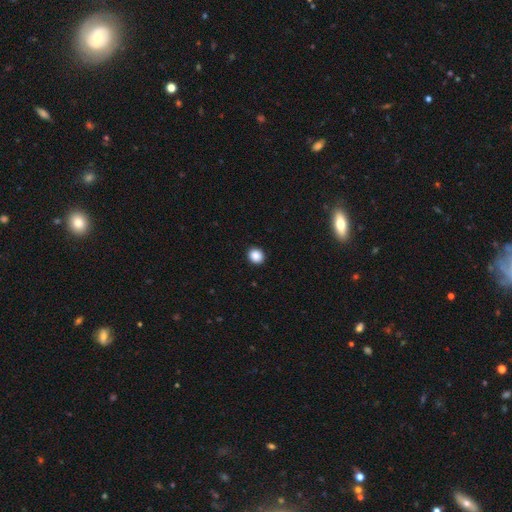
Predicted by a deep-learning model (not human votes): smooth 89%, star or artifact 9%, featured or disk 2%. Down the decision tree: how rounded — round (80%); merging — none (93%).